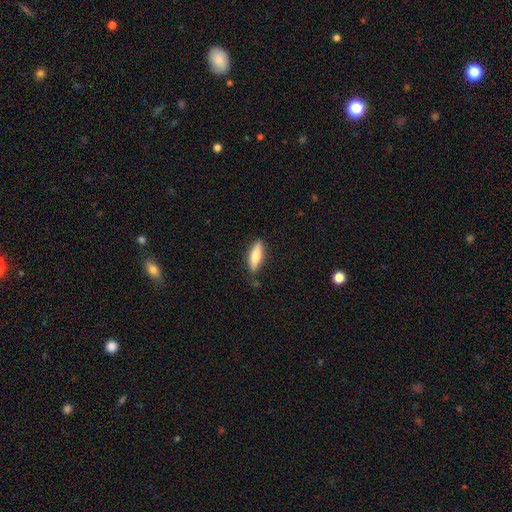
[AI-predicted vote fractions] smooth 71%, featured or disk 23%, star or artifact 6%. Down the decision tree: how rounded — cigar-shaped (53%); merging — none (84%).